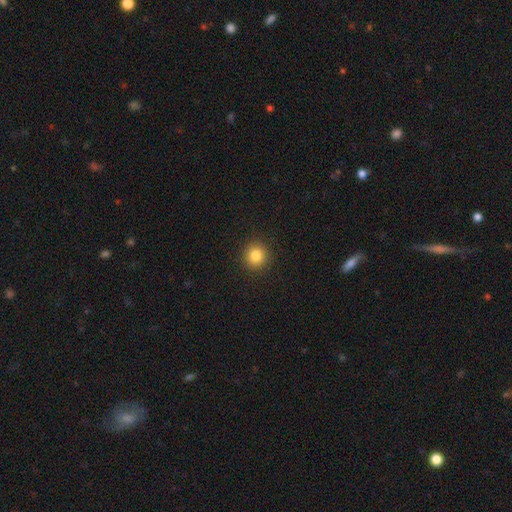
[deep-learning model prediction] A smooth galaxy with no disk features (83%) that is round (93%). Merging: none (92%).